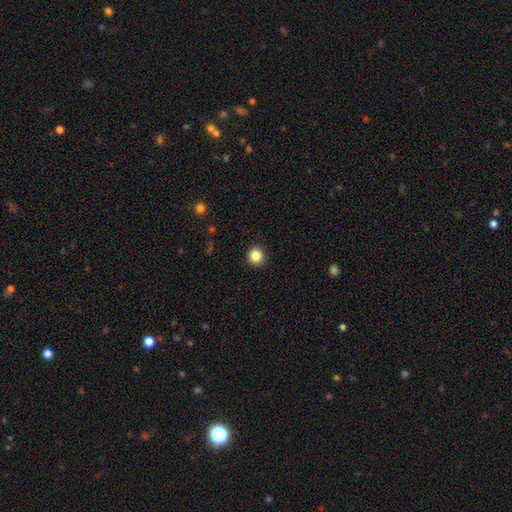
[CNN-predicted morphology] smooth-or-featured: smooth: 85% | star or artifact: 11% | featured or disk: 4%
  how-rounded: round: 92% | in between: 7% | cigar-shaped: 1%
  merging: none: 92% | minor disturbance: 5% | major disturbance: 2% | merger: 1%